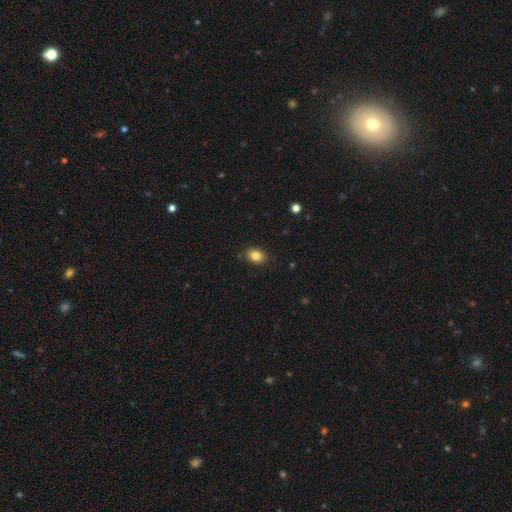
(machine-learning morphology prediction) smooth-or-featured: smooth: 84% | star or artifact: 10% | featured or disk: 6%
  how-rounded: in between: 74% | round: 25% | cigar-shaped: 1%
  merging: none: 85% | minor disturbance: 11% | major disturbance: 3% | merger: 1%